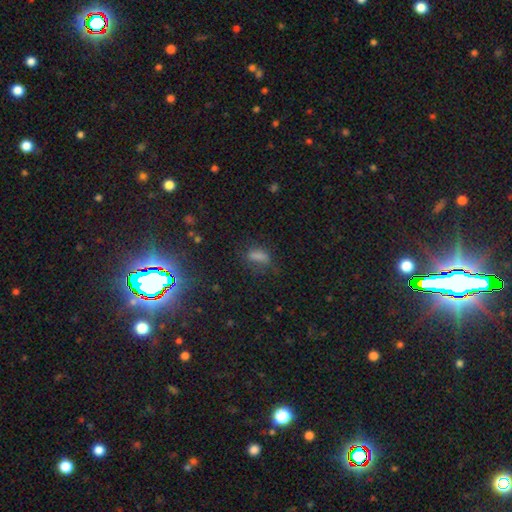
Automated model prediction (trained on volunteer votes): Morphology: type=smooth (61%); roundness=in between (68%); merging=none (60%).